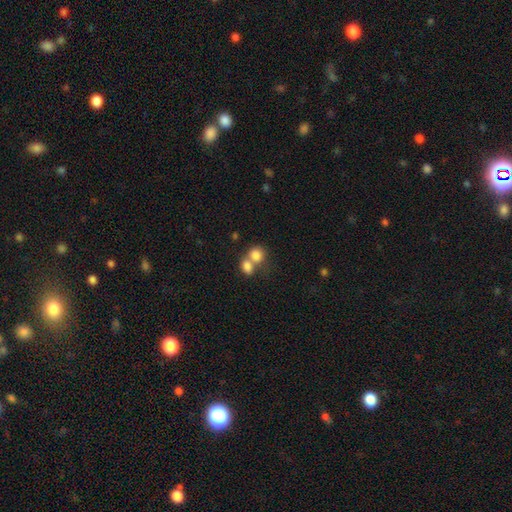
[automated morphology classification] Smooth or featured?
  - smooth: 80% *
  - featured or disk: 10%
  - star or artifact: 9%
How rounded?
  - round: 64% *
  - in between: 35%
  - cigar-shaped: 1%
Merging?
  - merger: 60% *
  - none: 30%
  - minor disturbance: 7%
  - major disturbance: 4%